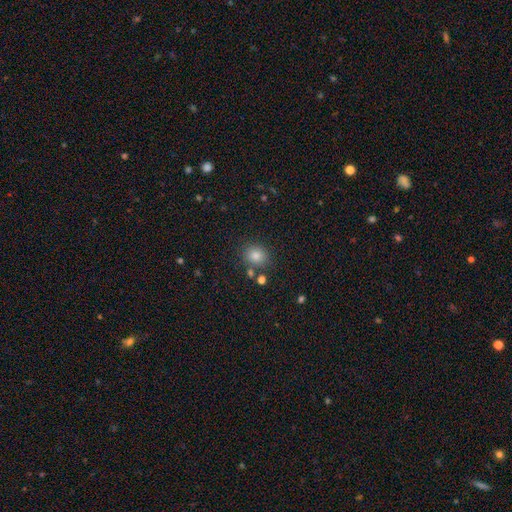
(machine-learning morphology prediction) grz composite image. It shows a smooth galaxy with no disk features (79%) that is round (76%). Merging: none (81%).